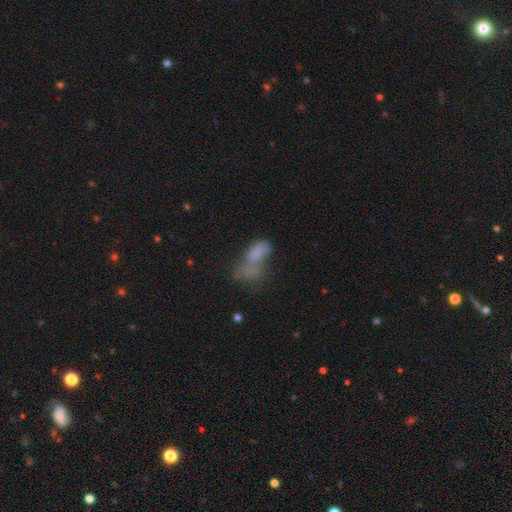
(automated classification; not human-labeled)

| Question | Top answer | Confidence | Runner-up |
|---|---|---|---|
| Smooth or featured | smooth | 62% | featured or disk (24%) |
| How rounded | in between | 82% | cigar-shaped (13%) |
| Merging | merger | 33% | major disturbance (29%) |